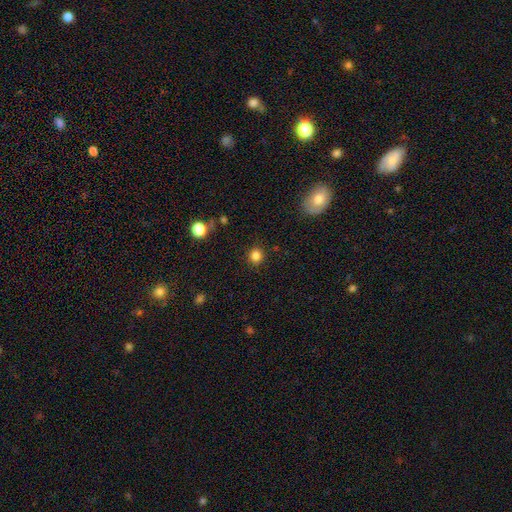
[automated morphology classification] A smooth galaxy with no disk features (83%) that is round (88%). Merging: none (89%).